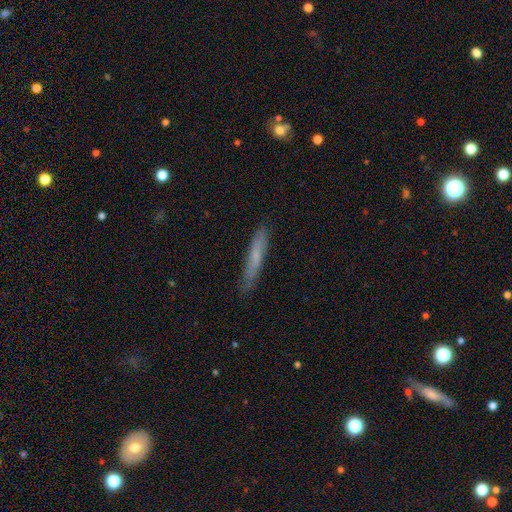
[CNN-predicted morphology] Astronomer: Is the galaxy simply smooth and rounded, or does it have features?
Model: smooth — 60%.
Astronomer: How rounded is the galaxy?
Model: cigar-shaped — 93%.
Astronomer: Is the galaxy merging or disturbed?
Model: none — 82%.